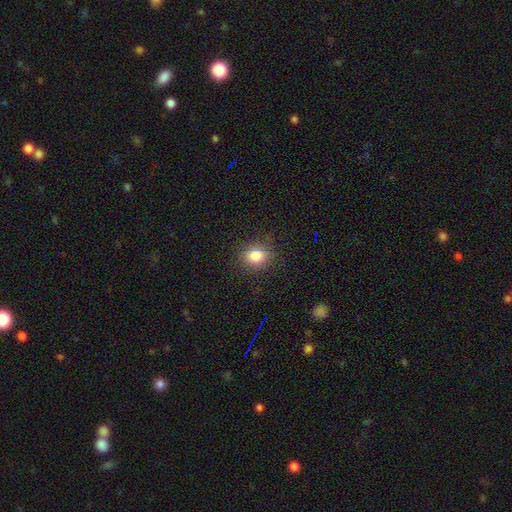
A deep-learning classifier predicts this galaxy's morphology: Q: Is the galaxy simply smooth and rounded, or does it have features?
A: smooth — 80%.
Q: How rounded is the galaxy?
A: round — 64%.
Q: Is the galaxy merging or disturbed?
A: none — 86%.